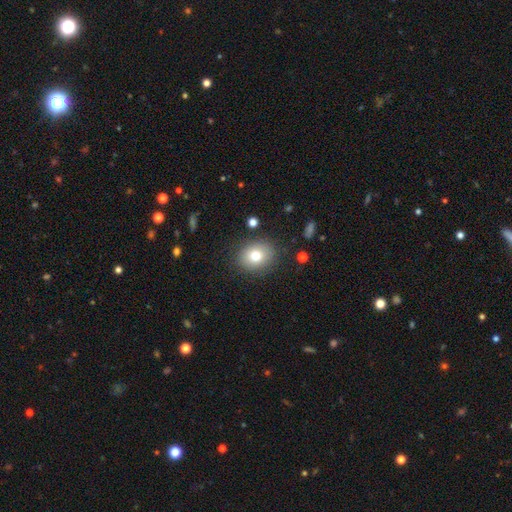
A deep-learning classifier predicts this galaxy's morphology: smooth 75%, featured or disk 13%, star or artifact 11%. Down the decision tree: how rounded — round (65%); merging — none (85%).